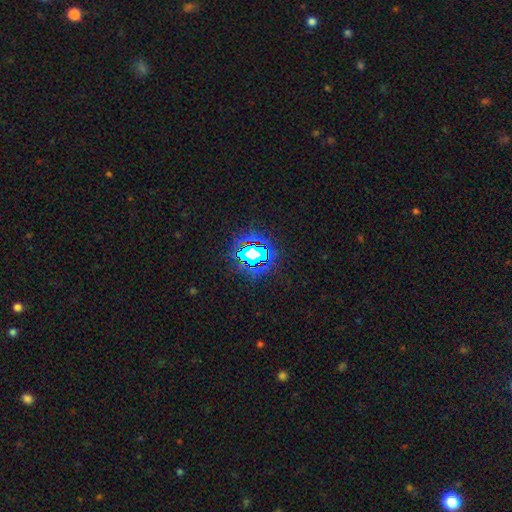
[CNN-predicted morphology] Smooth or featured? star or artifact (73%)